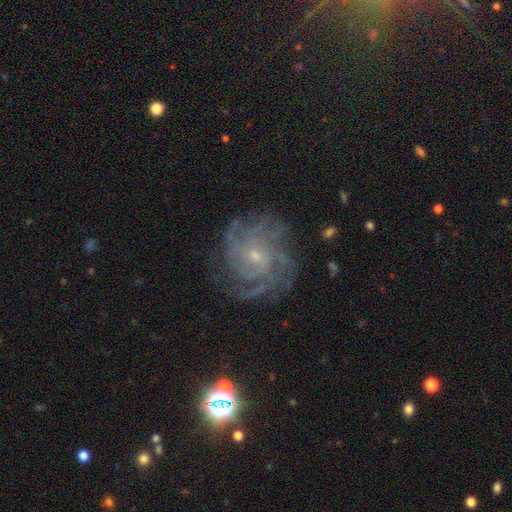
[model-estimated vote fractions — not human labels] smooth_or_featured: featured or disk (p=0.84) [alt: star or artifact p=0.09]
disk_edge_on: no (p=0.98) [alt: yes p=0.02]
bar: no (p=0.70) [alt: weak p=0.26]
has_spiral_arms: yes (p=0.96) [alt: no p=0.04]
spiral_winding: tight (p=0.60) [alt: medium p=0.32]
spiral_arm_count: can't tell (p=0.28) [alt: 4 p=0.24]
bulge_size: small (p=0.74) [alt: moderate p=0.22]
merging: none (p=0.75) [alt: minor disturbance p=0.16]